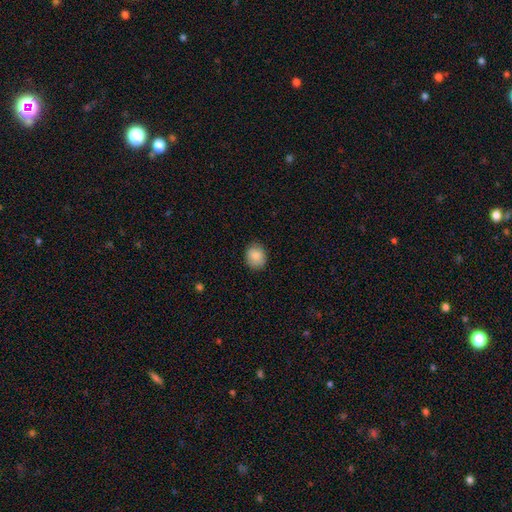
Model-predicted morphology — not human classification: Q: Smooth or featured?
A: smooth (85%); runner-up: star or artifact (8%)
Q: How rounded?
A: round (66%); runner-up: in between (33%)
Q: Merging?
A: none (87%); runner-up: minor disturbance (10%)